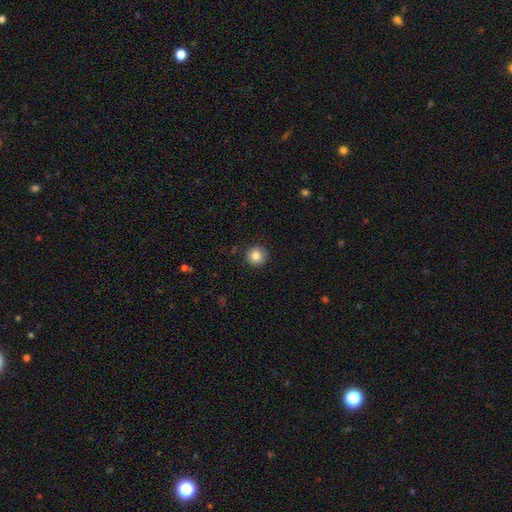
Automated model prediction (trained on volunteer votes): Q: Smooth or featured?
A: smooth (85%); runner-up: star or artifact (9%)
Q: How rounded?
A: round (95%); runner-up: in between (4%)
Q: Merging?
A: none (90%); runner-up: minor disturbance (7%)